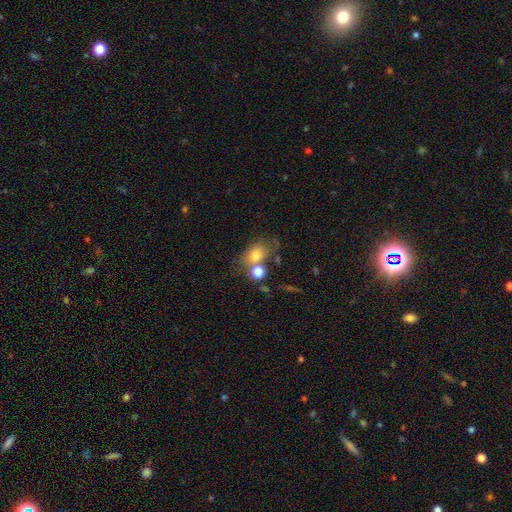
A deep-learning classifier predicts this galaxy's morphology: This appears to be a smooth galaxy with no disk features (74%) that is in between round and cigar-shaped (62%). Merging: none (45%).